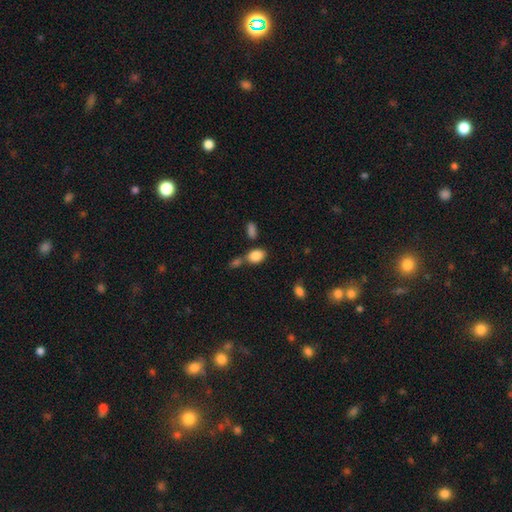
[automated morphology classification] Smooth or featured? smooth (86%)
How rounded? in between (81%)
Merging? none (54%)